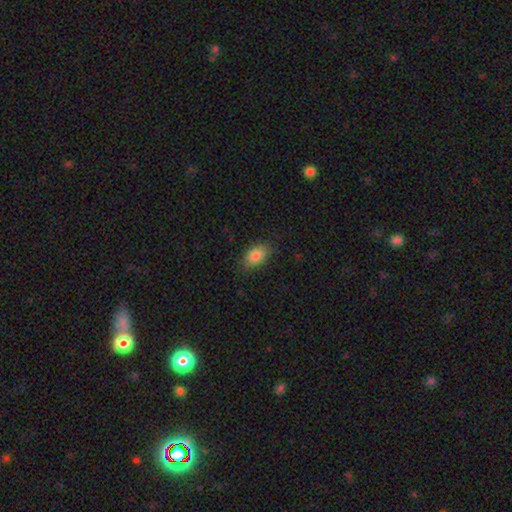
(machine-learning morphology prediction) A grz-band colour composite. It shows a smooth galaxy with no disk features (84%) that is in between round and cigar-shaped (90%). Merging: none (83%).